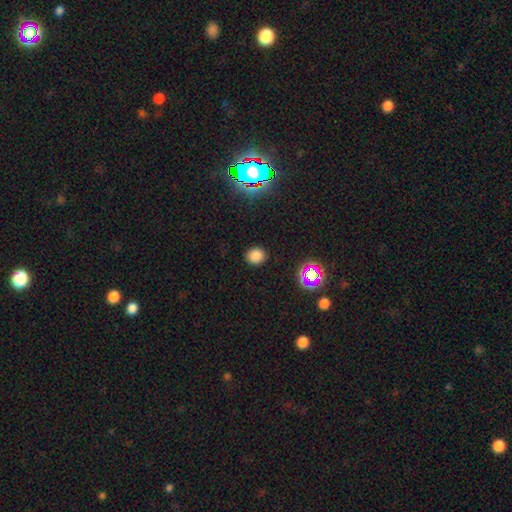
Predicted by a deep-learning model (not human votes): Overall: smooth (78%). How rounded: round (79%). Merging: none (89%).